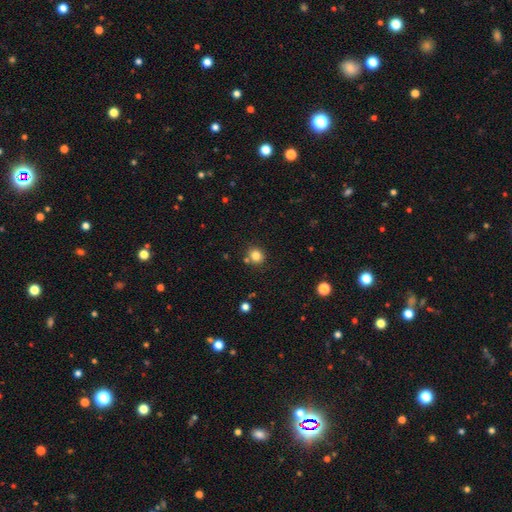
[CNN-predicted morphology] This appears to be a smooth galaxy with no disk features (82%) that is round (87%). Merging: none (78%).